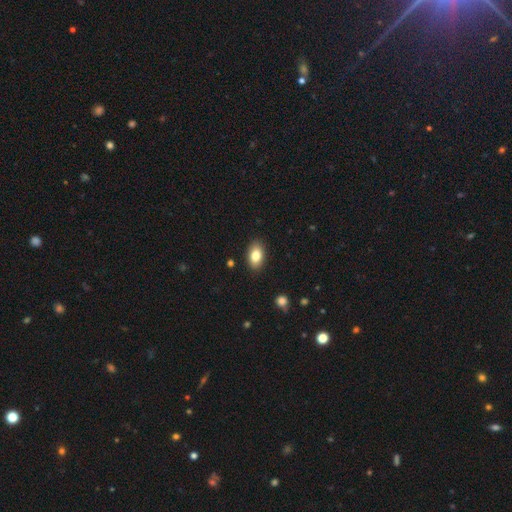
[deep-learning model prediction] Smooth or featured? Predicted: smooth (p=0.83). How rounded? Predicted: in between (p=0.91). Merging? Predicted: none (p=0.88).